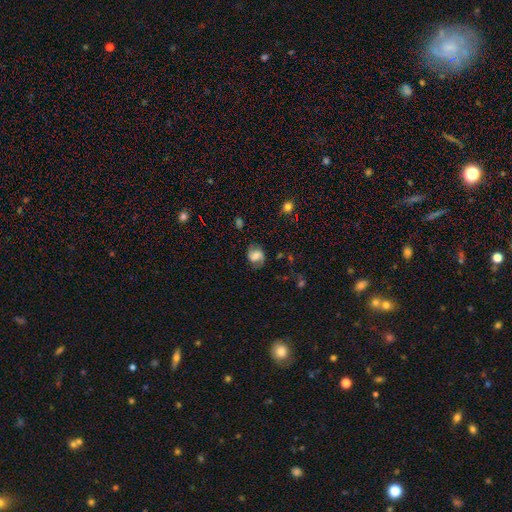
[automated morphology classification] Smooth or featured? featured or disk (56%)
Edge-on disk? no (97%)
Bar? weak (46%)
Spiral arms? yes (90%)
Bulge size? moderate (38%)
Merging? none (73%)